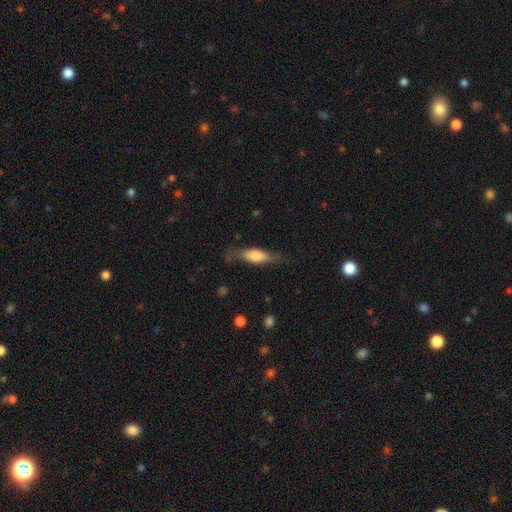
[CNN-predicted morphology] A smooth galaxy with no disk features (57%) that is cigar-shaped (53%).

Vote fractions:
- Smooth or featured? smooth: 57% / featured or disk: 37% / star or artifact: 6%
- How rounded? cigar-shaped: 53% / in between: 44% / round: 3%
- Merging? none: 69% / minor disturbance: 22% / major disturbance: 7% / merger: 2%